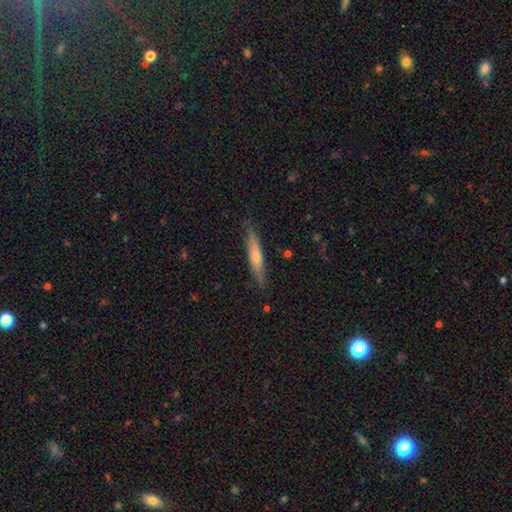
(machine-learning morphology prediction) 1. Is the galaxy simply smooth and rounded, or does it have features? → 48% smooth, 46% featured or disk, 6% star or artifact.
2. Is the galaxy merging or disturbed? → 86% none, 11% minor disturbance, 2% major disturbance, 1% merger.